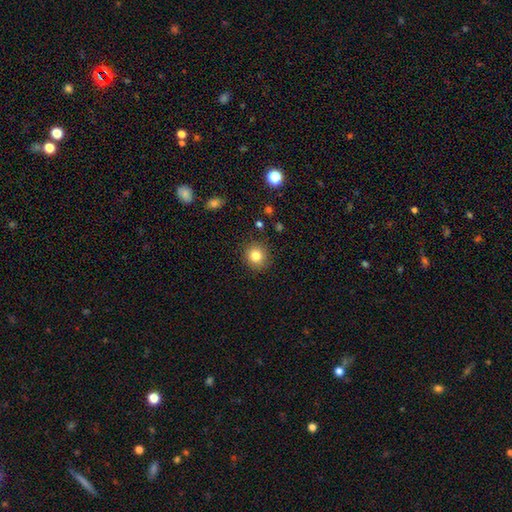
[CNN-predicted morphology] The model was most divided on "smooth or featured": smooth: 82%, star or artifact: 11%, featured or disk: 7%. More confident: how rounded — round (89%); merging — none (89%).